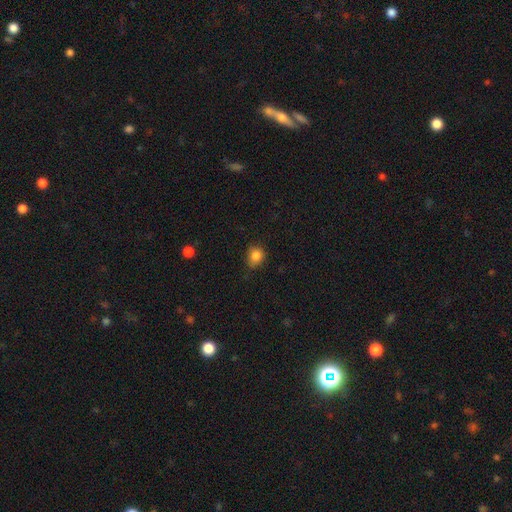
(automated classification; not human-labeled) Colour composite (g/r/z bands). It shows a smooth galaxy with no disk features (84%) that is round (68%). Merging: none (73%).